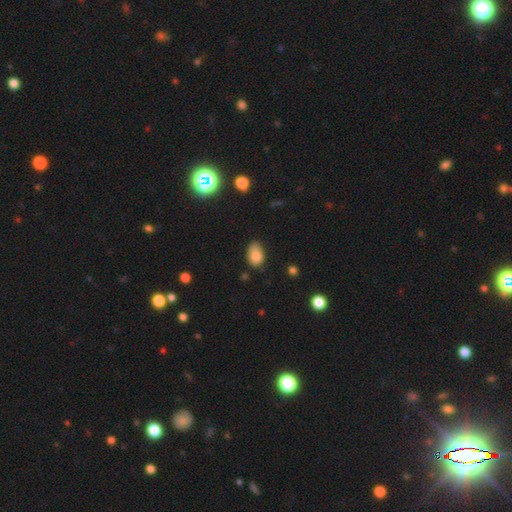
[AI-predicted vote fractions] Smooth or featured?
  - smooth: 84% *
  - star or artifact: 10%
  - featured or disk: 6%
How rounded?
  - in between: 88% *
  - round: 10%
  - cigar-shaped: 1%
Merging?
  - none: 60% *
  - minor disturbance: 32%
  - major disturbance: 6%
  - merger: 2%